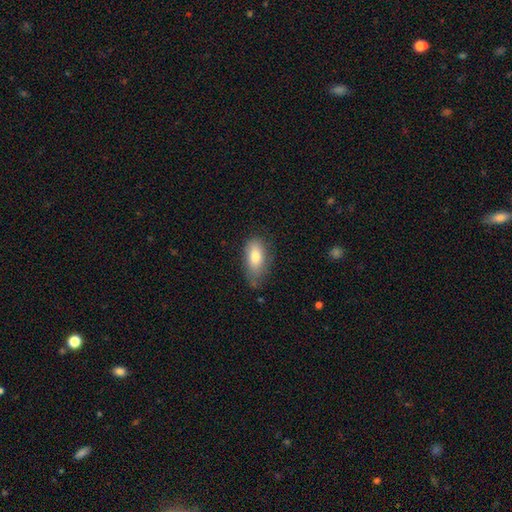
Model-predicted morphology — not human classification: A smooth galaxy with no disk features (77%) that is in between round and cigar-shaped (88%). Merging: none (58%).